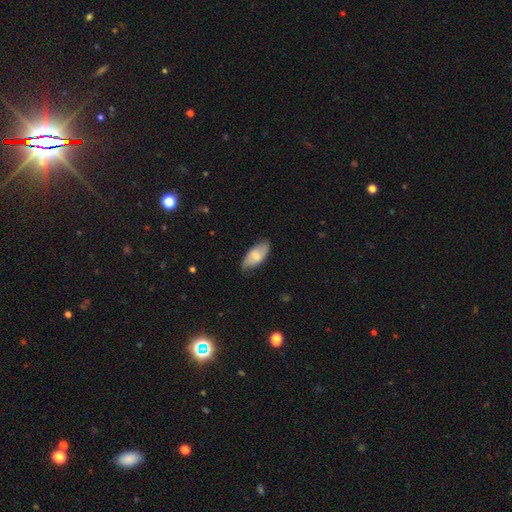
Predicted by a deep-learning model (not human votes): Morphology: type=smooth (64%); roundness=in between (92%); merging=none (74%).